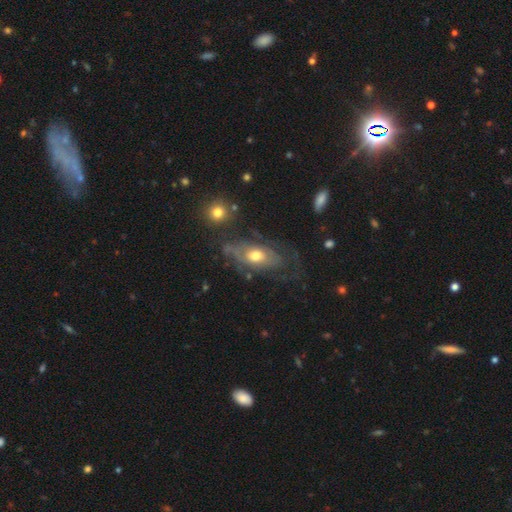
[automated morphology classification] A featured or disk galaxy (65%) with no bar (82%), spiral arms (65%) and a moderate central bulge (71%).

Vote fractions:
- Smooth or featured? featured or disk: 65% / smooth: 27% / star or artifact: 7%
- Edge-on disk? no: 87% / yes: 13%
- Bar? no: 82% / weak: 15% / strong: 3%
- Spiral arms? yes: 65% / no: 35%
- Bulge size? moderate: 71% / large: 14% / small: 12% / dominant: 1% / none: 1%
- Merging? none: 55% / minor disturbance: 23% / major disturbance: 19% / merger: 4%